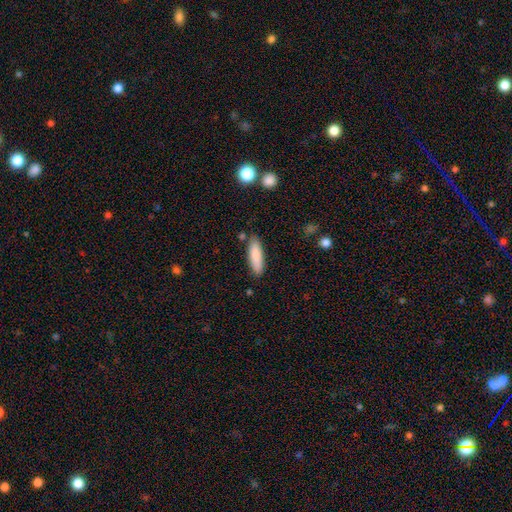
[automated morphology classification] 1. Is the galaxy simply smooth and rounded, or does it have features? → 85% smooth, 9% featured or disk, 6% star or artifact.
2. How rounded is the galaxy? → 54% cigar-shaped, 45% in between, 1% round.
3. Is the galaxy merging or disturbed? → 83% none, 11% minor disturbance, 3% merger, 2% major disturbance.